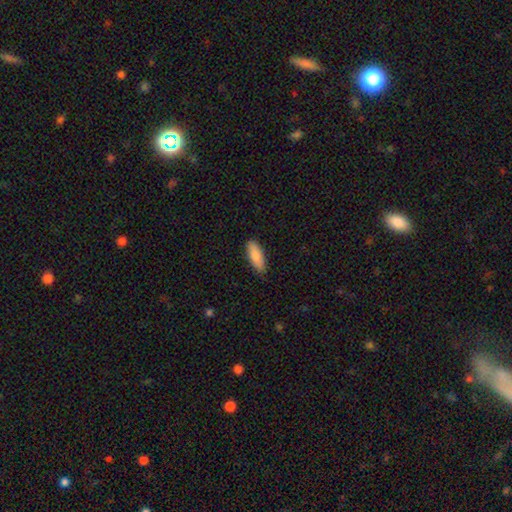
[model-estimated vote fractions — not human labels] Morphology: type=smooth (88%); roundness=in between (67%); merging=none (86%).